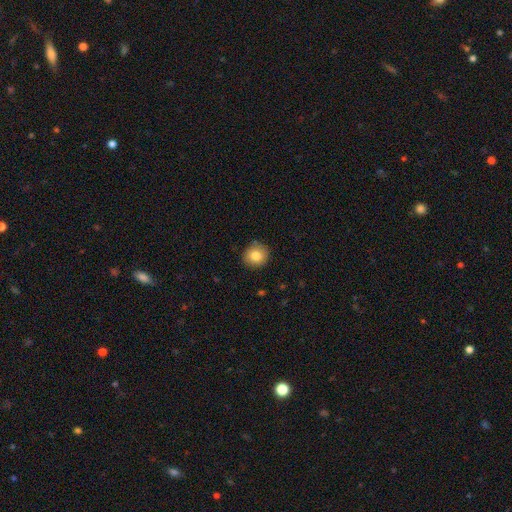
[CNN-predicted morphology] This appears to be a smooth galaxy with no disk features (82%) that is round (88%). Merging: none (87%).